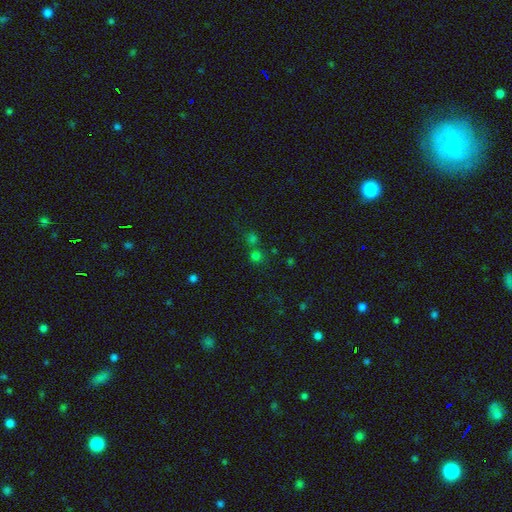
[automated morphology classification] This is possibly a smooth galaxy (60%). How rounded: clearly round (90%). Merging: likely none (66%).